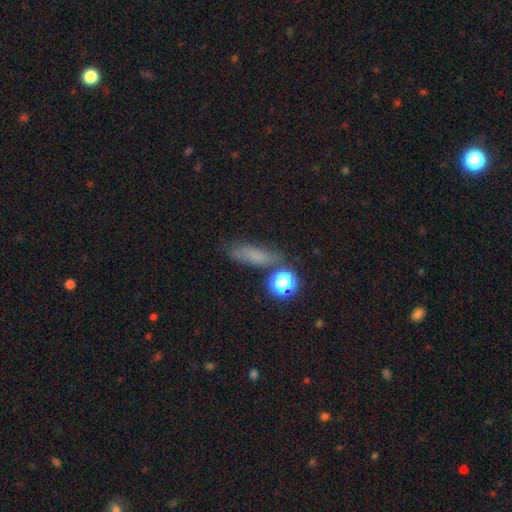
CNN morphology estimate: This appears to be a smooth galaxy with no disk features (62%) that is cigar-shaped (47%). Merging: none (63%).